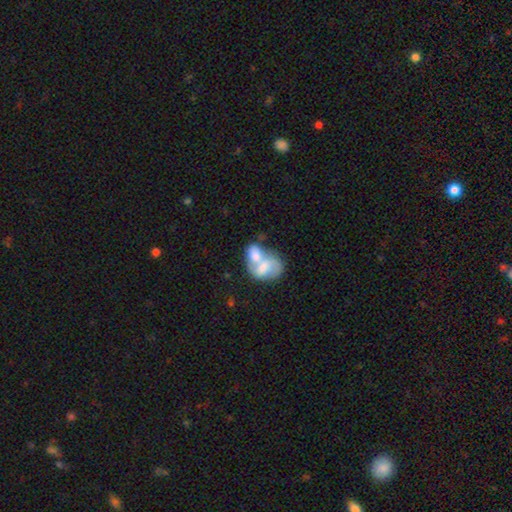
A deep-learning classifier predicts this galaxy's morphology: Smooth or featured?
  - smooth: 64% *
  - featured or disk: 30%
  - star or artifact: 6%
How rounded?
  - in between: 77% *
  - round: 21%
  - cigar-shaped: 2%
Merging?
  - merger: 78% *
  - none: 11%
  - minor disturbance: 6%
  - major disturbance: 5%